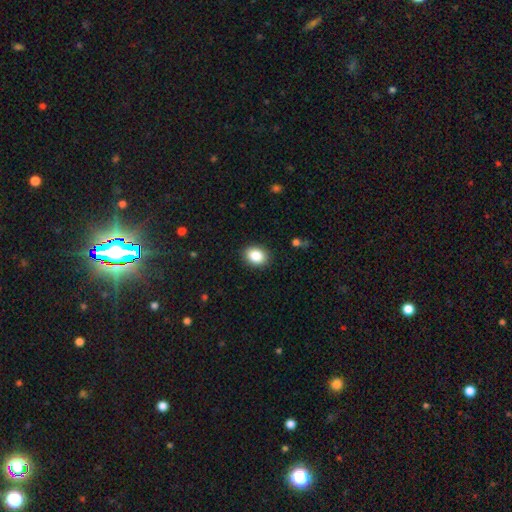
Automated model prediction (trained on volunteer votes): Q: Smooth or featured?
A: smooth (87%); runner-up: star or artifact (8%)
Q: How rounded?
A: in between (67%); runner-up: round (33%)
Q: Merging?
A: none (90%); runner-up: minor disturbance (7%)